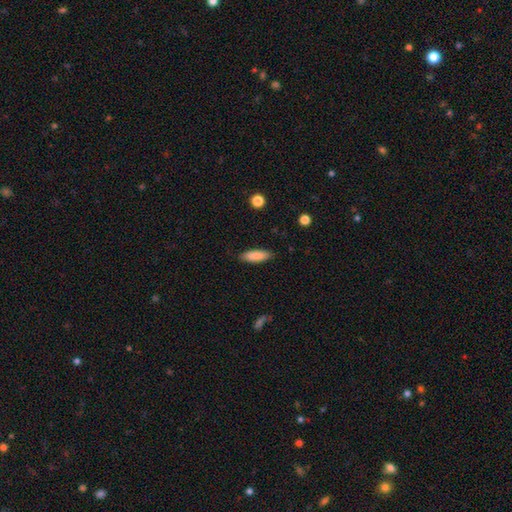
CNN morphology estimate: smooth 87%, featured or disk 7%, star or artifact 6%. Down the decision tree: how rounded — in between (52%); merging — none (87%).